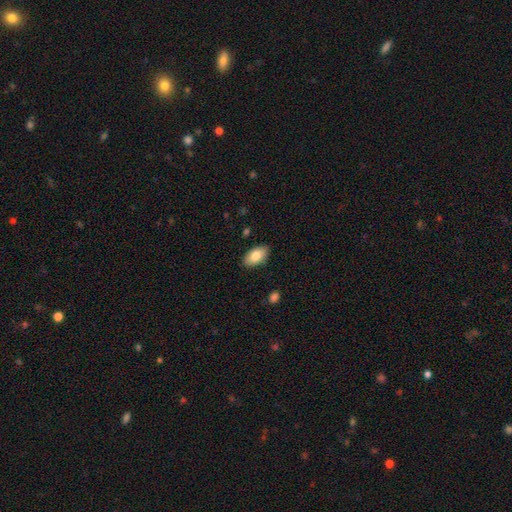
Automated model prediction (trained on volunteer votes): Q: Smooth or featured?
A: smooth (80%); runner-up: featured or disk (13%)
Q: How rounded?
A: in between (93%); runner-up: round (5%)
Q: Merging?
A: none (86%); runner-up: minor disturbance (10%)